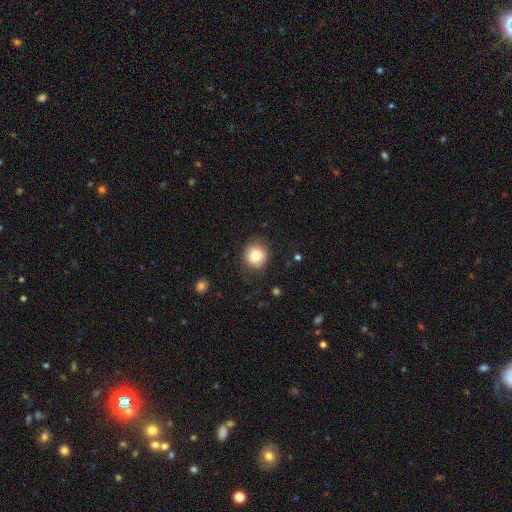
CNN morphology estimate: Q: Smooth or featured?
A: smooth (82%); runner-up: star or artifact (10%)
Q: How rounded?
A: round (91%); runner-up: in between (8%)
Q: Merging?
A: none (87%); runner-up: minor disturbance (9%)